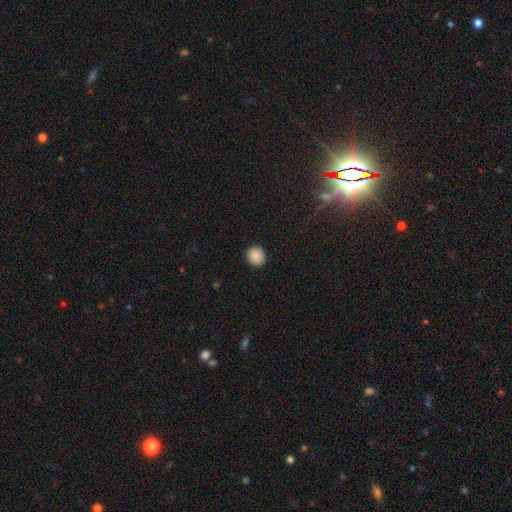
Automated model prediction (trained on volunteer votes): The model was most divided on "how rounded": round: 88%, in between: 11%, cigar-shaped: 1%. More confident: merging — none (90%); smooth or featured — smooth (88%).